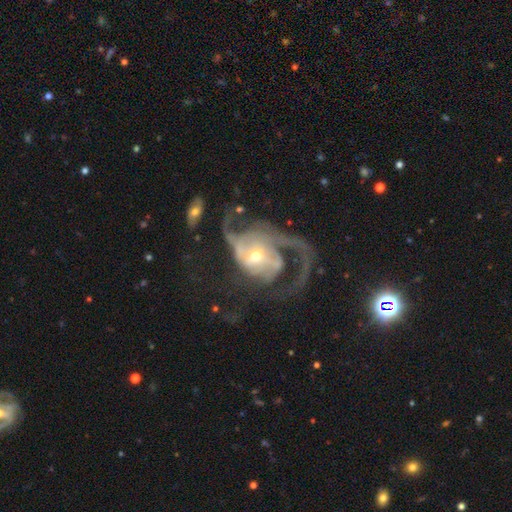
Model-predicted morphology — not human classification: type=featured or disk (80%); edge-on=no (97%); bar=no (61%); spiral arms=yes (84%); winding=loose (46%); arm count=2 (38%); bulge=moderate (48%); merging=major disturbance (59%).